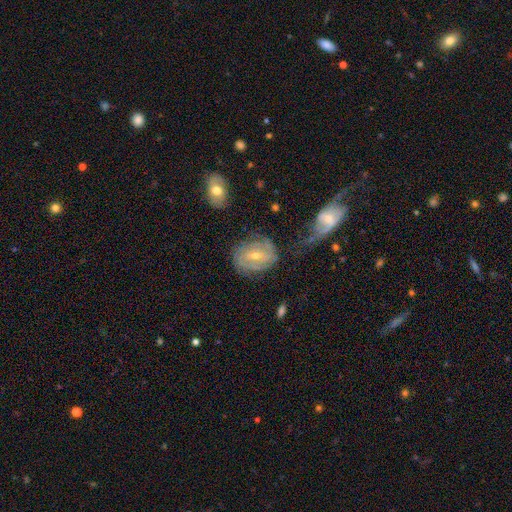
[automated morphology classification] This appears to be a featured or disk galaxy (72%) with a weak bar (49%), tight (56%) spiral arms (84%) and a small central bulge (59%). Merging: none (54%).